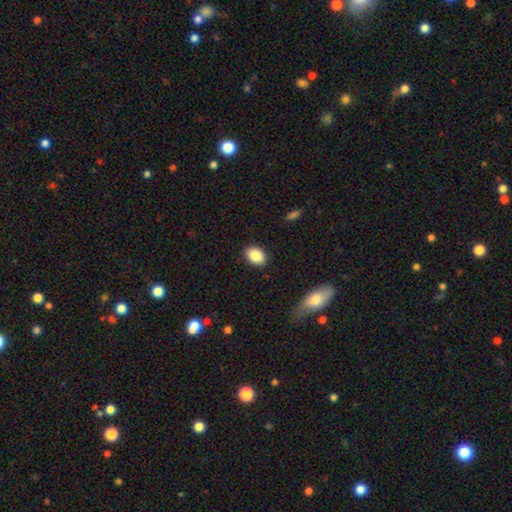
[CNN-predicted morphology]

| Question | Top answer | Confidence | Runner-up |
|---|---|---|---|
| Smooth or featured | smooth | 87% | star or artifact (7%) |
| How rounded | in between | 82% | round (17%) |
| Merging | none | 88% | minor disturbance (9%) |